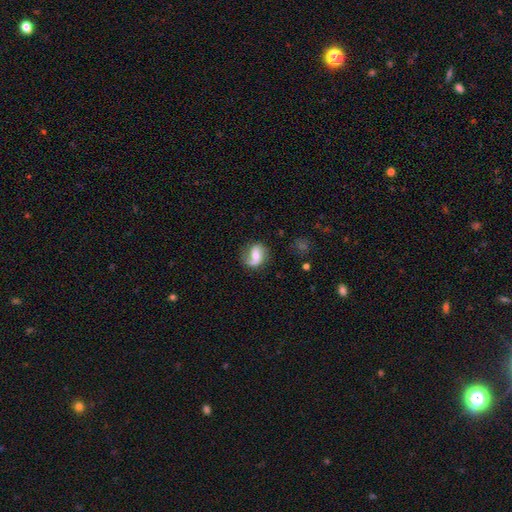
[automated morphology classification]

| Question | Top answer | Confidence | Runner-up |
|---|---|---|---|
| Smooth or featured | featured or disk | 64% | smooth (29%) |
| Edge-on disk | no | 97% | yes (3%) |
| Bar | no | 40% | weak (39%) |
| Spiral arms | yes | 88% | no (12%) |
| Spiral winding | loose | 49% | medium (36%) |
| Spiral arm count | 2 | 67% | 1 (26%) |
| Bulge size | moderate | 62% | small (27%) |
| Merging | none | 69% | minor disturbance (20%) |